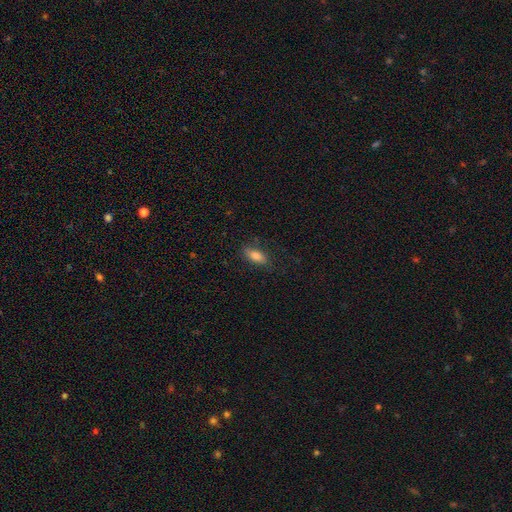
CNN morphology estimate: smooth-or-featured: smooth: 81% | featured or disk: 11% | star or artifact: 8%
  how-rounded: in between: 82% | cigar-shaped: 14% | round: 3%
  merging: none: 79% | minor disturbance: 15% | major disturbance: 4% | merger: 1%